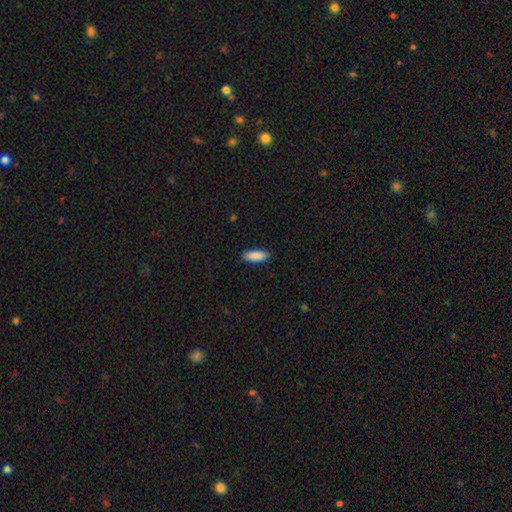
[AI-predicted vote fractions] Smooth or featured?
  - smooth: 89% *
  - star or artifact: 6%
  - featured or disk: 5%
How rounded?
  - in between: 59% *
  - cigar-shaped: 39%
  - round: 2%
Merging?
  - none: 89% *
  - minor disturbance: 8%
  - major disturbance: 2%
  - merger: 1%